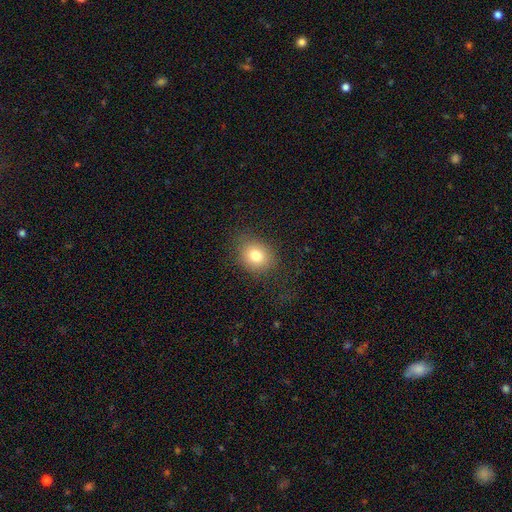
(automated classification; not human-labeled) A smooth galaxy with no disk features (78%) that is round (62%).

Vote fractions:
- Smooth or featured? smooth: 78% / star or artifact: 12% / featured or disk: 10%
- How rounded? round: 62% / in between: 37% / cigar-shaped: 1%
- Merging? none: 81% / minor disturbance: 13% / major disturbance: 6% / merger: 1%